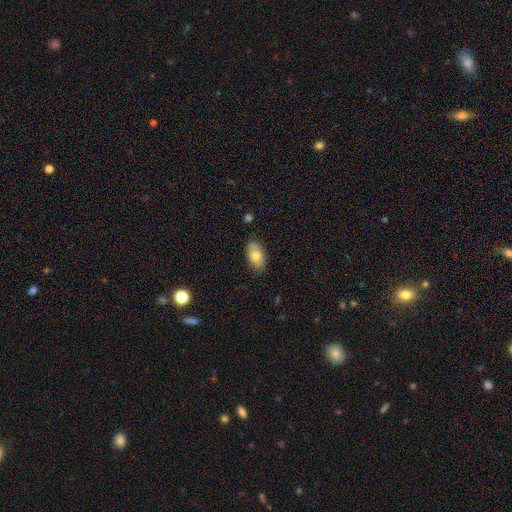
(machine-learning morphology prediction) This is likely a smooth galaxy (75%). How rounded: clearly in between (93%). Merging: clearly none (83%).